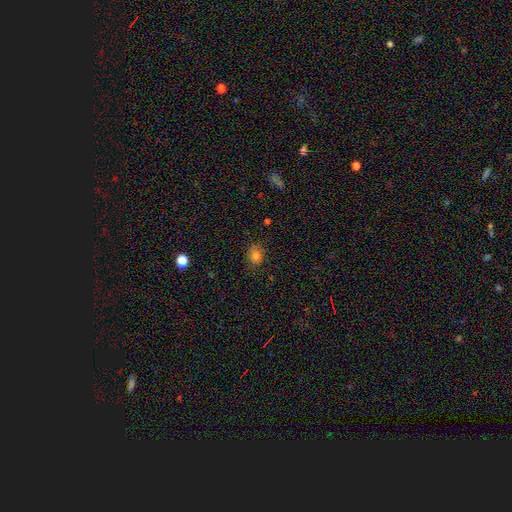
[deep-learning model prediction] Q: Smooth or featured?
A: smooth (80%); runner-up: star or artifact (14%)
Q: How rounded?
A: round (50%); runner-up: in between (49%)
Q: Merging?
A: none (81%); runner-up: minor disturbance (14%)